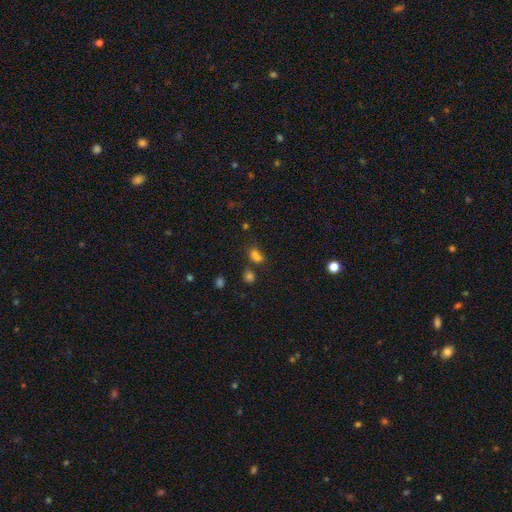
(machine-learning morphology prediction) A smooth galaxy with no disk features (69%) that is in between round and cigar-shaped (67%). Merging: none (46%).